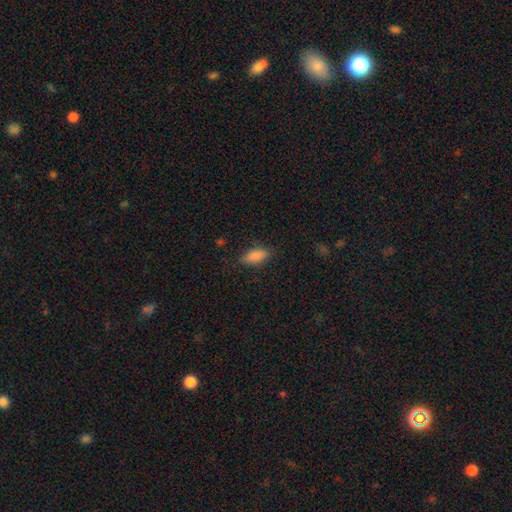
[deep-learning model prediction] smooth-or-featured: smooth: 86% | star or artifact: 7% | featured or disk: 6%
  how-rounded: in between: 82% | cigar-shaped: 15% | round: 3%
  merging: none: 81% | minor disturbance: 14% | major disturbance: 3% | merger: 1%